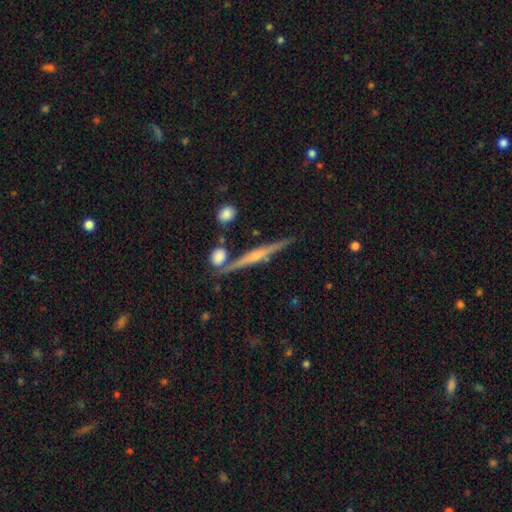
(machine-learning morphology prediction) type=featured or disk (77%); edge-on=yes (97%); edge-on bulge=rounded (74%); merging=none (84%).